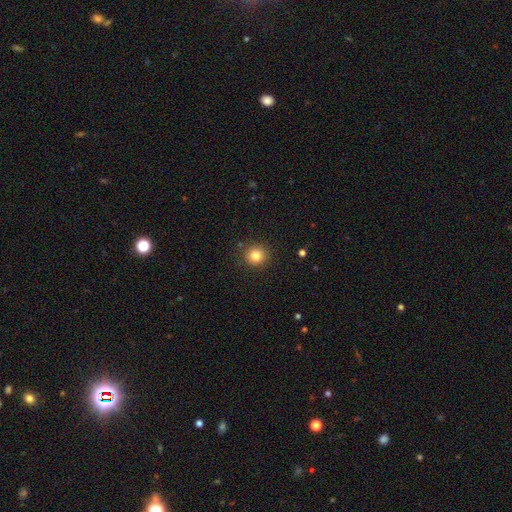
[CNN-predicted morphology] A smooth galaxy with no disk features (83%) that is round (92%).

Vote fractions:
- Smooth or featured? smooth: 83% / star or artifact: 12% / featured or disk: 6%
- How rounded? round: 92% / in between: 7% / cigar-shaped: 1%
- Merging? none: 90% / minor disturbance: 7% / major disturbance: 2% / merger: 2%